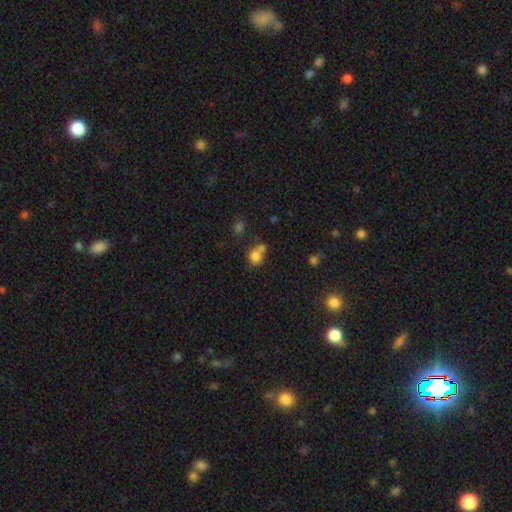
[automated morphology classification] smooth-or-featured: smooth: 79% | star or artifact: 12% | featured or disk: 9%
  how-rounded: round: 75% | in between: 24% | cigar-shaped: 1%
  merging: none: 42% | merger: 41% | minor disturbance: 12% | major disturbance: 6%